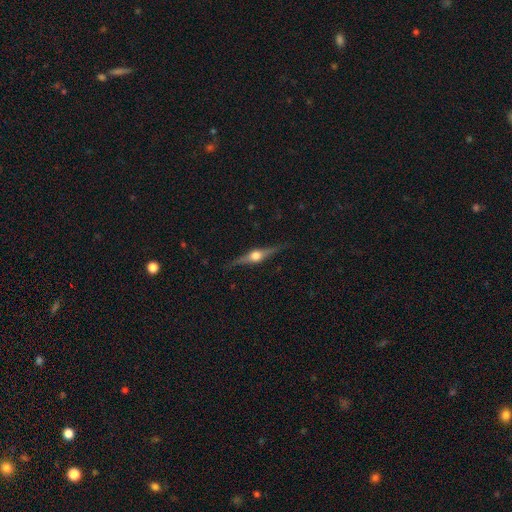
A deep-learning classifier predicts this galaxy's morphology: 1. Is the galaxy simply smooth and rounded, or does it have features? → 81% featured or disk, 13% smooth, 6% star or artifact.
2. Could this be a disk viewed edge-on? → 98% yes, 2% no.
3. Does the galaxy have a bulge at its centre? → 95% rounded, 3% boxy, 1% none.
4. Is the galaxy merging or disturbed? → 88% none, 9% minor disturbance, 2% major disturbance, 1% merger.